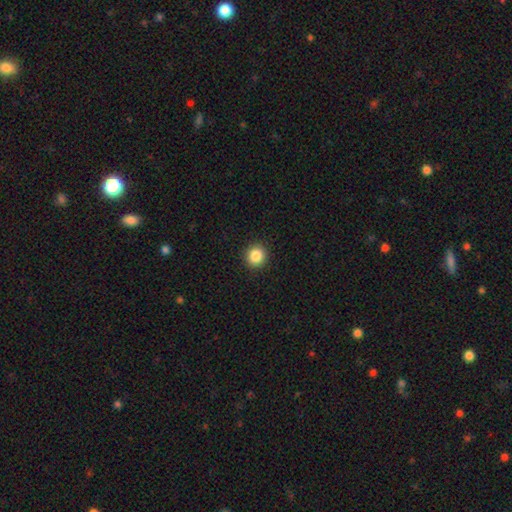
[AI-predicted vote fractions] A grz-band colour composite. It shows a smooth galaxy with no disk features (86%) that is round (91%). Merging: none (93%).